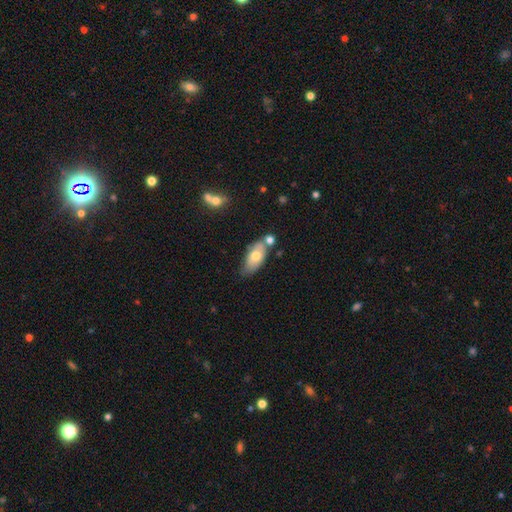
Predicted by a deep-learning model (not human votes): Q: Smooth or featured?
A: smooth (66%); runner-up: featured or disk (27%)
Q: How rounded?
A: in between (89%); runner-up: cigar-shaped (8%)
Q: Merging?
A: none (51%); runner-up: minor disturbance (24%)